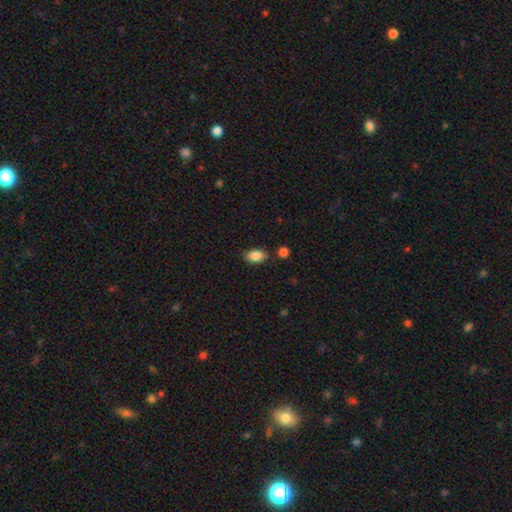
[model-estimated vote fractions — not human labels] The model was most divided on "merging": none: 78%, minor disturbance: 14%, merger: 5%, major disturbance: 3%. More confident: how rounded — in between (90%); smooth or featured — smooth (86%).